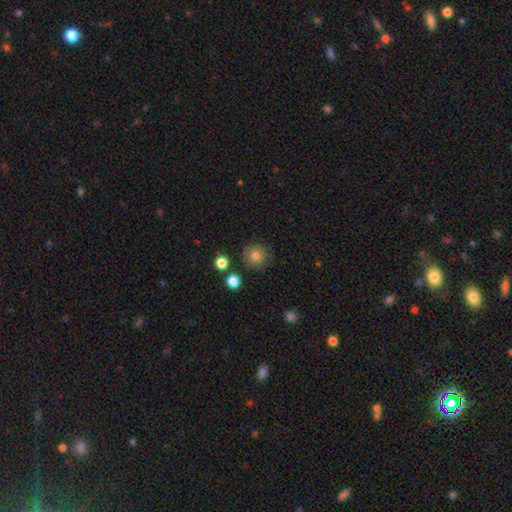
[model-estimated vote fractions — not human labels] Overall: smooth (81%). How rounded: round (94%). Merging: none (87%).